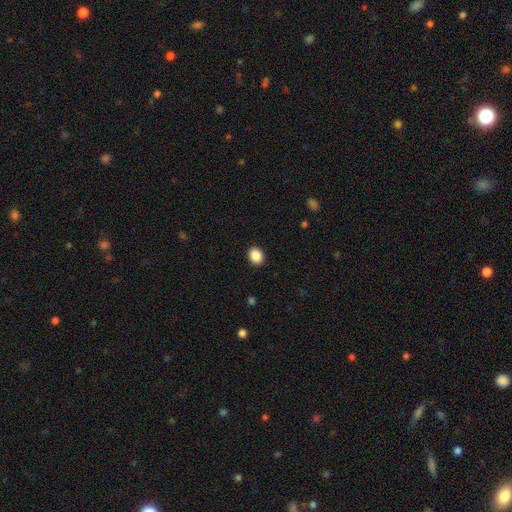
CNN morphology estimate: Overall: smooth (89%). How rounded: round (52%; in between 47%). Merging: none (91%).